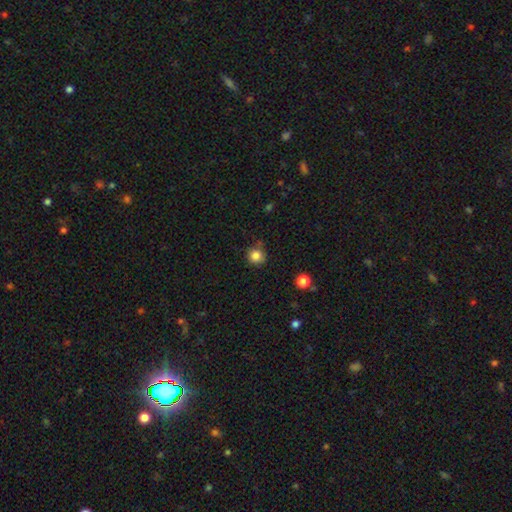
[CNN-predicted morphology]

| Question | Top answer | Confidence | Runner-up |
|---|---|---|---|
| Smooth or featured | smooth | 84% | star or artifact (12%) |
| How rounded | round | 91% | in between (8%) |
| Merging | none | 80% | minor disturbance (13%) |